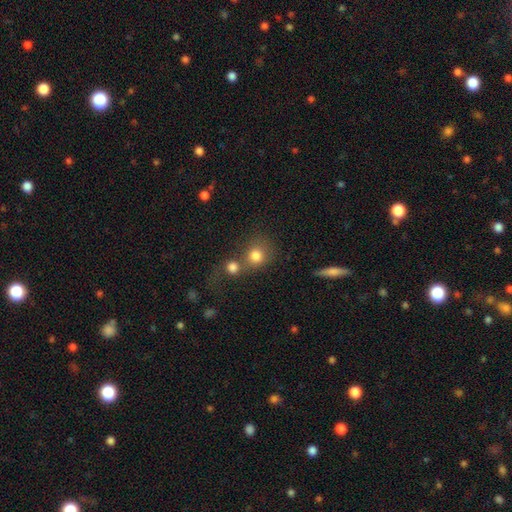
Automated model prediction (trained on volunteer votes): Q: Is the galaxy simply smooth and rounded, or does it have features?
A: smooth — 79%.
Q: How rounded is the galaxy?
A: round — 82%.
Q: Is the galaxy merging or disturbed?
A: merger — 46%.